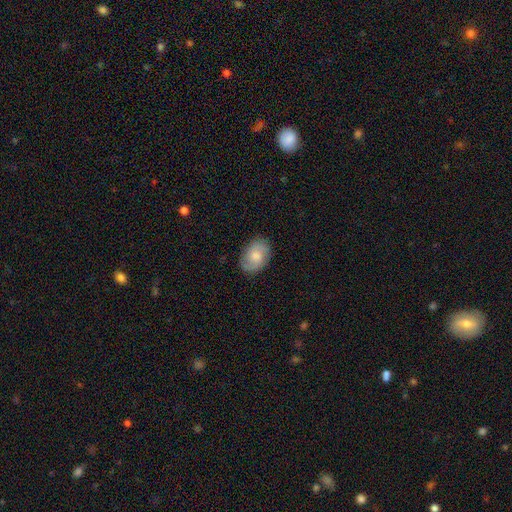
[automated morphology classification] Smooth or featured?
  - smooth: 67% *
  - featured or disk: 26%
  - star or artifact: 7%
How rounded?
  - in between: 84% *
  - round: 15%
  - cigar-shaped: 1%
Merging?
  - none: 83% *
  - minor disturbance: 13%
  - major disturbance: 3%
  - merger: 1%